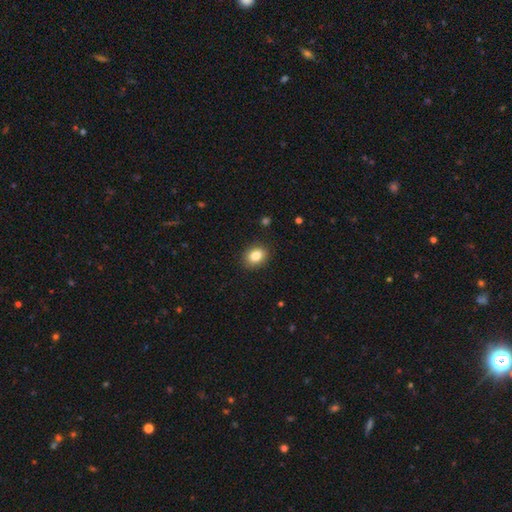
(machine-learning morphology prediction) smooth-or-featured: smooth: 85% | star or artifact: 9% | featured or disk: 6%
  how-rounded: in between: 65% | round: 34% | cigar-shaped: 1%
  merging: none: 88% | minor disturbance: 8% | major disturbance: 2% | merger: 1%